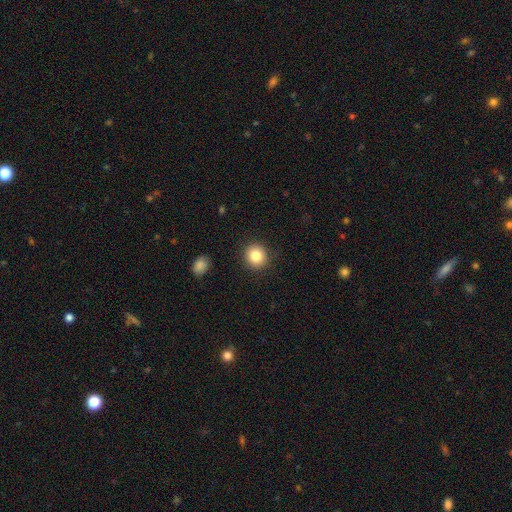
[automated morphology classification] Overall: smooth (83%). How rounded: round (90%). Merging: none (90%).